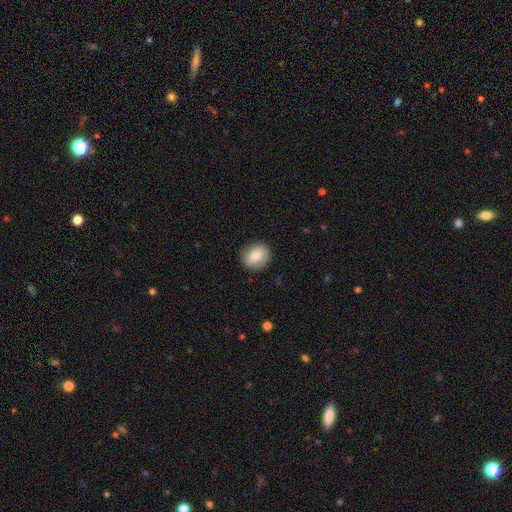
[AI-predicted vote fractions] smooth 80%, featured or disk 13%, star or artifact 7%. Down the decision tree: how rounded — round (61%); merging — none (87%).